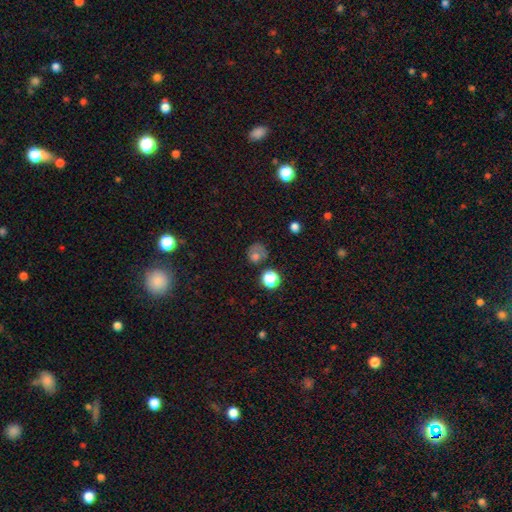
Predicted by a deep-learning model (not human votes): Smooth or featured? Predicted: smooth (p=0.62). How rounded? Predicted: round (p=0.79). Merging? Predicted: none (p=0.50).